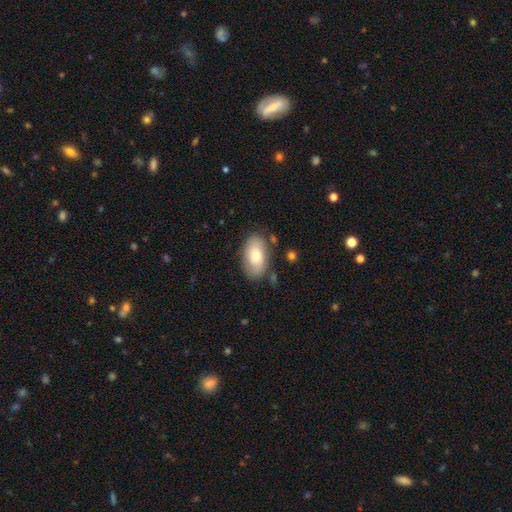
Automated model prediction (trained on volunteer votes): This is likely a smooth galaxy (69%). How rounded: clearly in between (93%). Merging: likely none (76%).